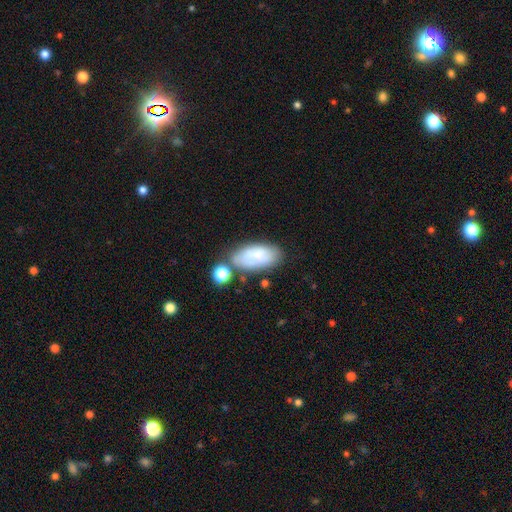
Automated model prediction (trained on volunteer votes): smooth-or-featured: smooth: 65% | featured or disk: 26% | star or artifact: 9%
  how-rounded: in between: 90% | cigar-shaped: 6% | round: 3%
  merging: none: 53% | minor disturbance: 23% | merger: 15% | major disturbance: 9%